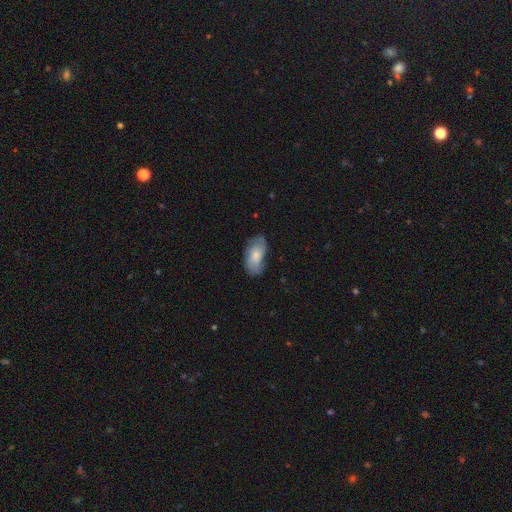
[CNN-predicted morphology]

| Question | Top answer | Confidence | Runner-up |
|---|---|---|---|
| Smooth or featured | smooth | 63% | featured or disk (30%) |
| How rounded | in between | 92% | cigar-shaped (4%) |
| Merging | none | 65% | minor disturbance (26%) |